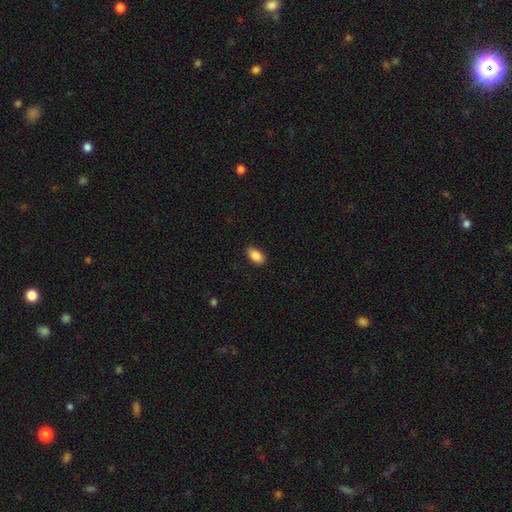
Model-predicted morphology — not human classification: type=smooth (89%); roundness=in between (93%); merging=none (87%).